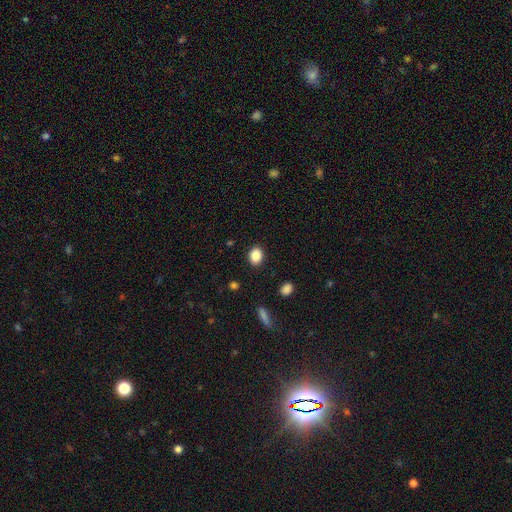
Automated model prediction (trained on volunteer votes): This is clearly a smooth galaxy (86%). How rounded: possibly in between (55%). Merging: clearly none (89%).